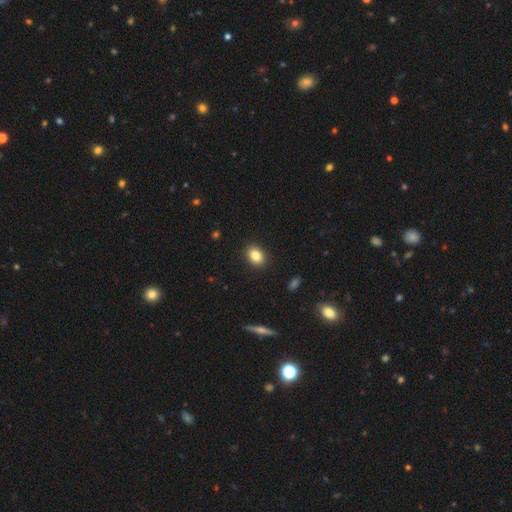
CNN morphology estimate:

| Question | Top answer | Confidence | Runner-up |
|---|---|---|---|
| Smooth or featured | smooth | 84% | star or artifact (9%) |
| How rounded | in between | 64% | round (35%) |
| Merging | none | 90% | minor disturbance (7%) |